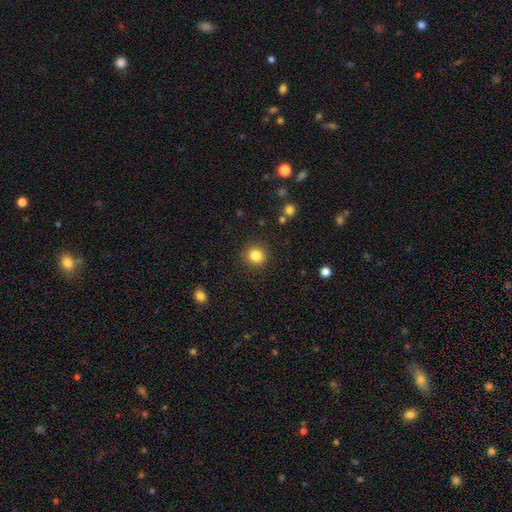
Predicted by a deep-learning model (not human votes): Smooth or featured? smooth (84%)
How rounded? round (88%)
Merging? none (90%)